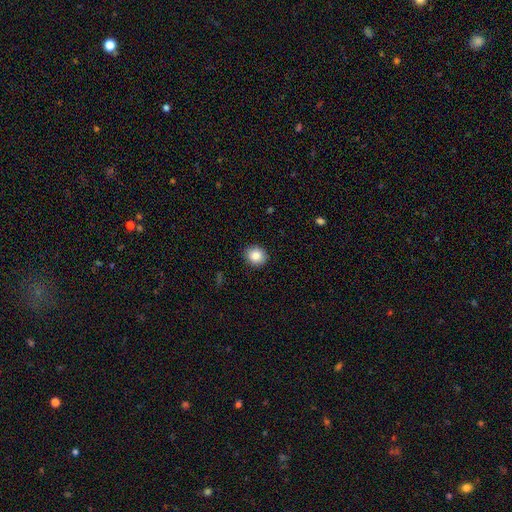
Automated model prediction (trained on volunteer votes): Smooth or featured?
  - smooth: 86% *
  - star or artifact: 9%
  - featured or disk: 5%
How rounded?
  - round: 77% *
  - in between: 22%
  - cigar-shaped: 1%
Merging?
  - none: 90% *
  - minor disturbance: 7%
  - major disturbance: 2%
  - merger: 1%